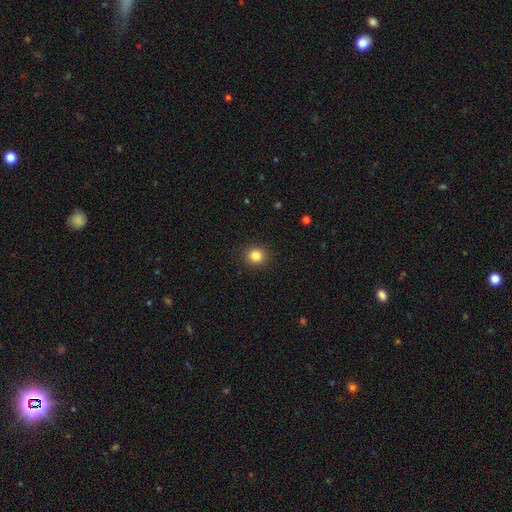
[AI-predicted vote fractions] Smooth or featured: smooth — 84% (star or artifact — 12%)
How rounded: round — 87% (in between — 12%)
Merging: none — 91% (minor disturbance — 6%)